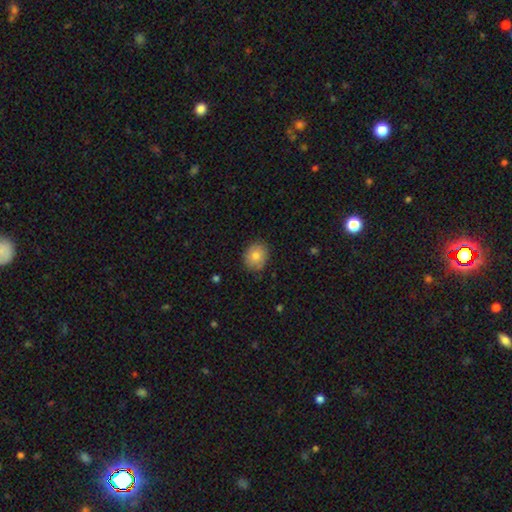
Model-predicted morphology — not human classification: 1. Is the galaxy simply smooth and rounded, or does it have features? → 79% smooth, 13% featured or disk, 8% star or artifact.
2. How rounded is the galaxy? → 71% round, 28% in between, 1% cigar-shaped.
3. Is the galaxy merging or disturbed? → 83% none, 13% minor disturbance, 2% major disturbance, 1% merger.